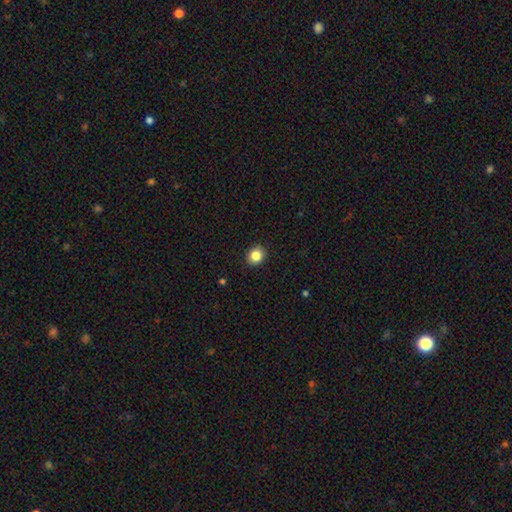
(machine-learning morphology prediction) The model was most divided on "how rounded": round: 73%, in between: 26%, cigar-shaped: 1%. More confident: merging — none (91%); smooth or featured — smooth (84%).